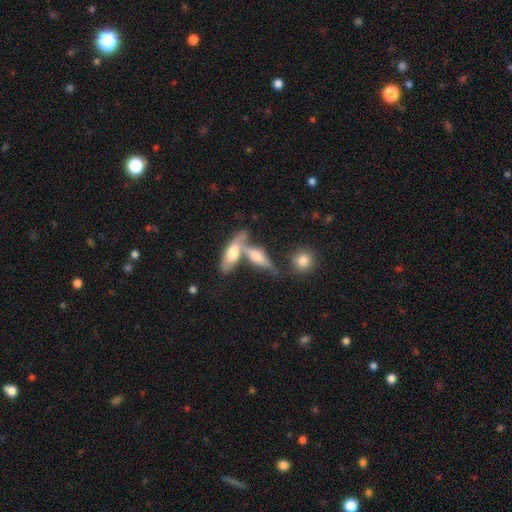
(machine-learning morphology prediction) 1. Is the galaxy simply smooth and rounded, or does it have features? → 47% featured or disk, 44% smooth, 9% star or artifact.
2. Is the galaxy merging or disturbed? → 43% none, 41% merger, 11% minor disturbance, 5% major disturbance.